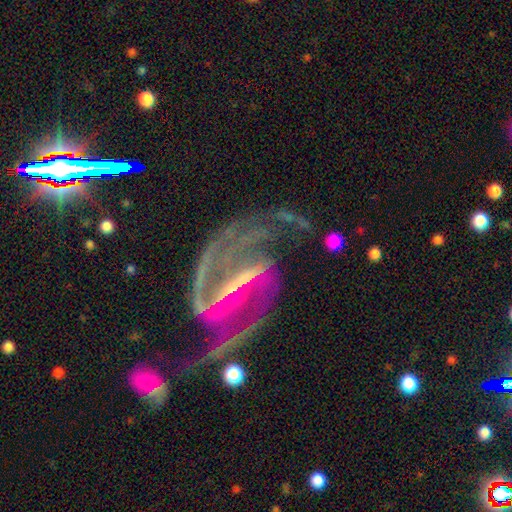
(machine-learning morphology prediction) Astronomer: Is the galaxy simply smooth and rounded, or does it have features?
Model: featured or disk — 92%.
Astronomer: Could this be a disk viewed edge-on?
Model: no — 97%.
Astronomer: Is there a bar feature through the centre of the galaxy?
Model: strong — 73%.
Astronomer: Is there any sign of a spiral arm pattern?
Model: yes — 97%.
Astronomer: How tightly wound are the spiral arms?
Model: medium — 52% (runner-up: loose, 30%).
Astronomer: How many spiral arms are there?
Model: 2 — 79%.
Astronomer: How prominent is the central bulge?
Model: small — 76%.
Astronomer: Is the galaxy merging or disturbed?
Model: none — 52%.